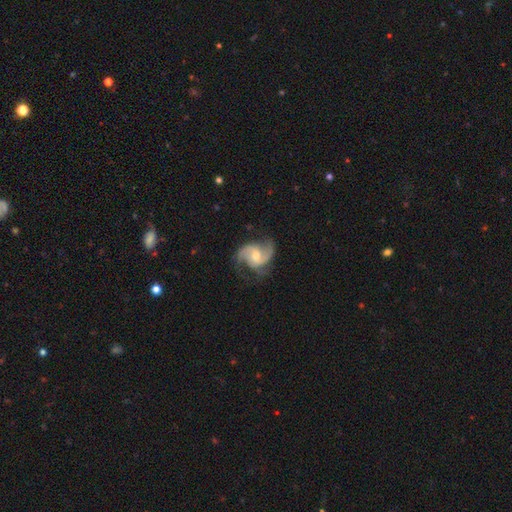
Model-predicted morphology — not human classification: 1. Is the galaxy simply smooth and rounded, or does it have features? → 88% featured or disk, 8% smooth, 5% star or artifact.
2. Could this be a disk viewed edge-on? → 98% no, 2% yes.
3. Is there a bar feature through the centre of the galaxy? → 48% no, 43% weak, 9% strong.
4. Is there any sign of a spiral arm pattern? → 97% yes, 3% no.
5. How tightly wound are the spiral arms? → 52% medium, 30% loose, 18% tight.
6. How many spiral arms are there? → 78% 2, 11% 3, 5% can't tell, 3% 1, 2% 4, 2% more than 4.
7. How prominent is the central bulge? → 58% moderate, 35% small, 4% large, 2% none, 1% dominant.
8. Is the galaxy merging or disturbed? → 67% none, 20% minor disturbance, 11% major disturbance, 1% merger.